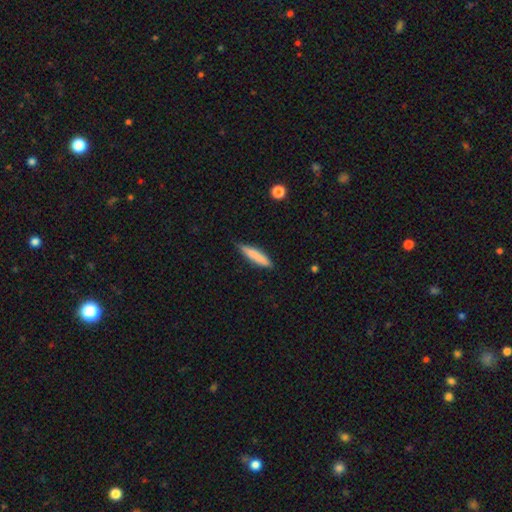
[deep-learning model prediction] Smooth or featured: smooth — 77% (featured or disk — 17%)
How rounded: cigar-shaped — 85% (in between — 14%)
Merging: none — 80% (minor disturbance — 16%)